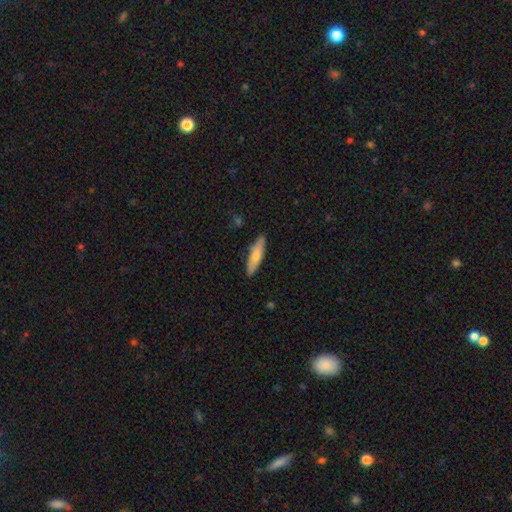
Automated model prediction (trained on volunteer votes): Smooth or featured? Predicted: smooth (p=0.73). How rounded? Predicted: cigar-shaped (p=0.63). Merging? Predicted: none (p=0.83).